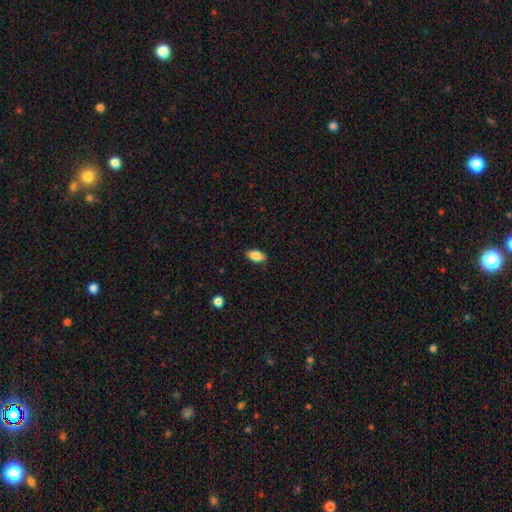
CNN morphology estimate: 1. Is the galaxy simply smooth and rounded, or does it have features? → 86% smooth, 8% star or artifact, 7% featured or disk.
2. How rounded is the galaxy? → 92% in between, 5% round, 3% cigar-shaped.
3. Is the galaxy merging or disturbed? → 85% none, 11% minor disturbance, 2% major disturbance, 1% merger.